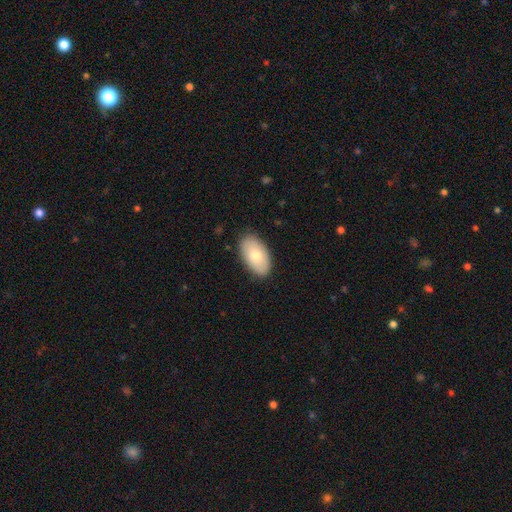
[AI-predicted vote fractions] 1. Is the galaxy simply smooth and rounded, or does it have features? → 76% smooth, 18% featured or disk, 6% star or artifact.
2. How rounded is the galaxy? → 95% in between, 3% round, 1% cigar-shaped.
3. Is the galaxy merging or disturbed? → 86% none, 11% minor disturbance, 2% major disturbance, 1% merger.